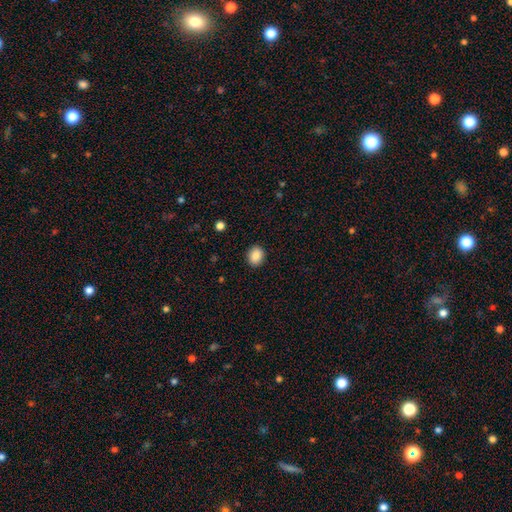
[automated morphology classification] Smooth or featured: smooth — 88% (star or artifact — 8%)
How rounded: round — 59% (in between — 40%)
Merging: none — 91% (minor disturbance — 6%)